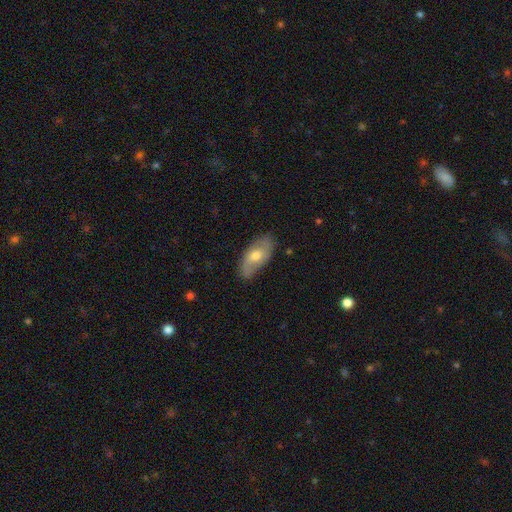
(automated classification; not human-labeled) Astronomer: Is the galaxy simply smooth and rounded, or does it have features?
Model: smooth — 53% (runner-up: featured or disk, 41%).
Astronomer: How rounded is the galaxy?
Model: in between — 88%.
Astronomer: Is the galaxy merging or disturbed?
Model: none — 78%.